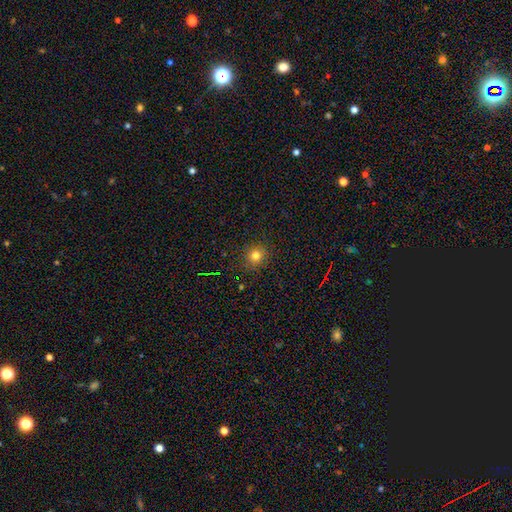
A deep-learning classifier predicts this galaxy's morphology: Smooth or featured: smooth — 78% (star or artifact — 16%)
How rounded: round — 88% (in between — 11%)
Merging: none — 89% (minor disturbance — 7%)